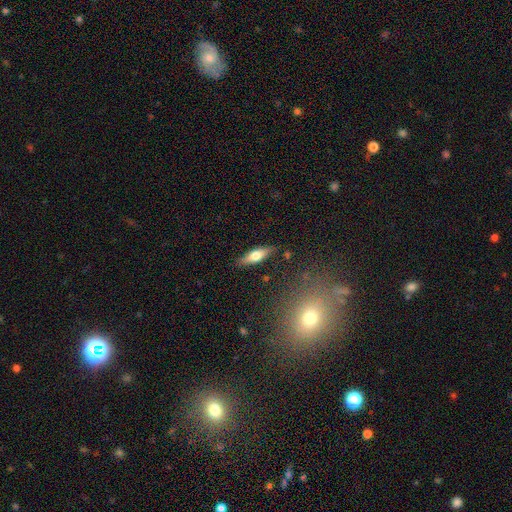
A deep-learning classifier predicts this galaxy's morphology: A smooth galaxy with no disk features (55%) that is cigar-shaped (51%).

Vote fractions:
- Smooth or featured? smooth: 55% / featured or disk: 38% / star or artifact: 6%
- How rounded? cigar-shaped: 51% / in between: 47% / round: 3%
- Merging? none: 85% / minor disturbance: 10% / major disturbance: 3% / merger: 2%